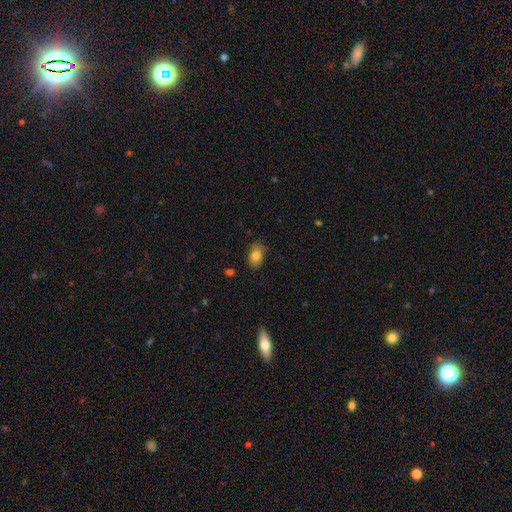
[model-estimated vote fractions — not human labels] smooth-or-featured: smooth: 80% | featured or disk: 11% | star or artifact: 8%
  how-rounded: in between: 85% | round: 13% | cigar-shaped: 2%
  merging: none: 77% | minor disturbance: 18% | major disturbance: 3% | merger: 1%